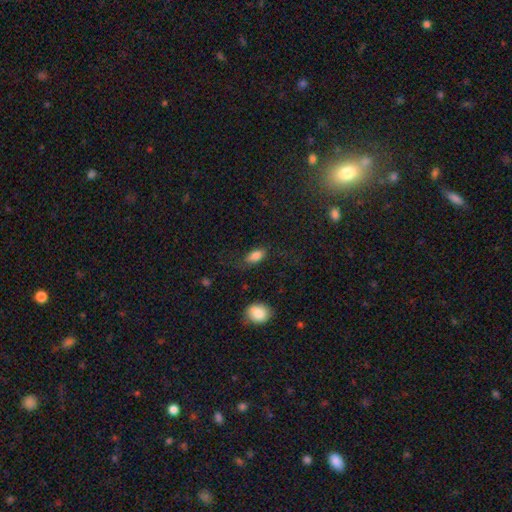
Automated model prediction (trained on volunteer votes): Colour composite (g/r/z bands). It shows a smooth galaxy with no disk features (84%) that is in between round and cigar-shaped (89%). Merging: none (68%).